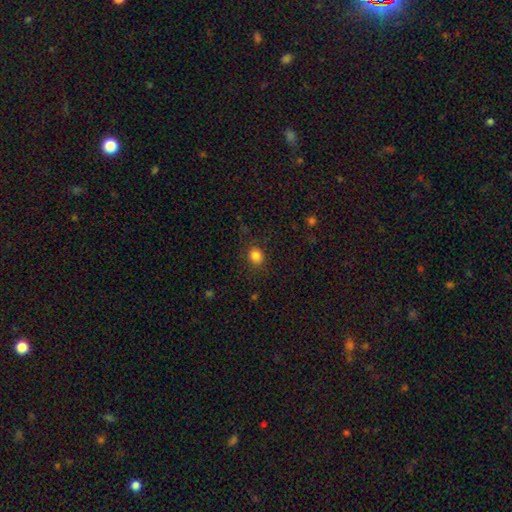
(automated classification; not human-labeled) This is clearly a smooth galaxy (84%). How rounded: likely round (65%). Merging: clearly none (85%).